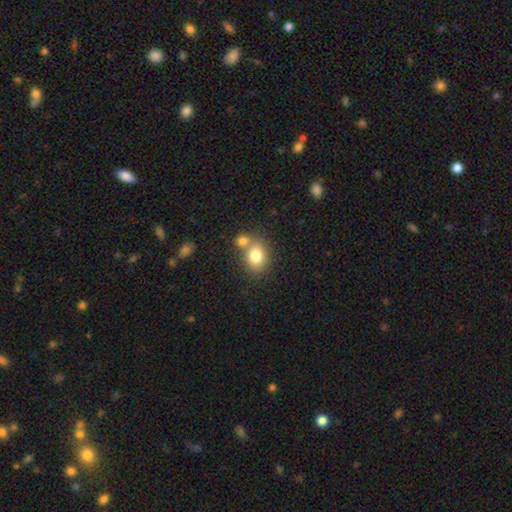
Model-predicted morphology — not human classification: smooth 79%, featured or disk 11%, star or artifact 10%. Down the decision tree: how rounded — in between (54%); merging — none (51%).